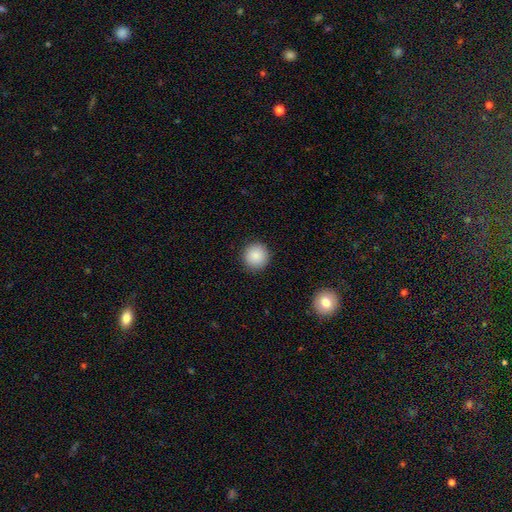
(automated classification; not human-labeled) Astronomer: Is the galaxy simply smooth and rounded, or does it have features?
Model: smooth — 88%.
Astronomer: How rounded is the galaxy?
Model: round — 94%.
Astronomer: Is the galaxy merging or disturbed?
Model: none — 91%.